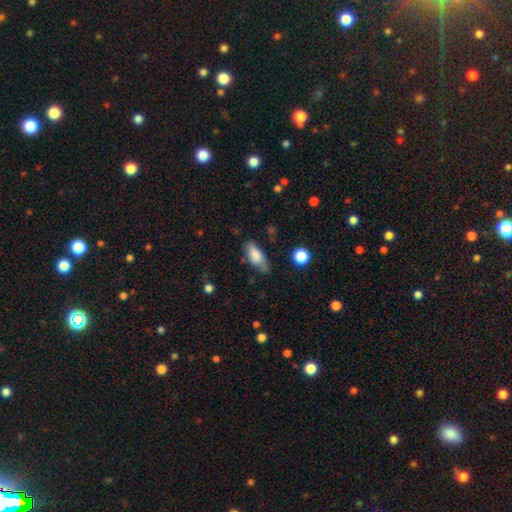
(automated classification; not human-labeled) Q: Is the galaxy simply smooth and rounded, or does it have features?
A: smooth — 77%.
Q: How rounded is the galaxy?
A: in between — 78%.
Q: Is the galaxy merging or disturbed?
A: none — 59%.